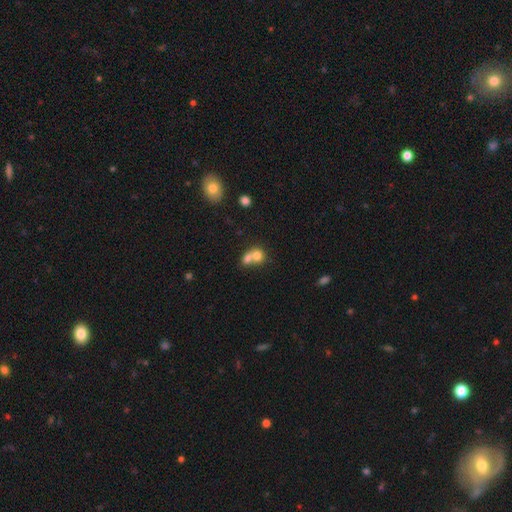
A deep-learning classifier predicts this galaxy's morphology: smooth_or_featured: smooth (p=0.73) [alt: featured or disk p=0.17]
how_rounded: round (p=0.67) [alt: in between p=0.32]
merging: merger (p=0.68) [alt: none p=0.24]